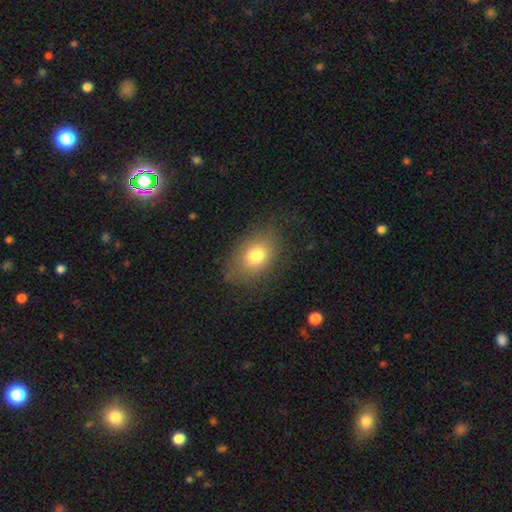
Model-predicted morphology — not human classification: type=smooth (75%); roundness=in between (72%); merging=none (73%).